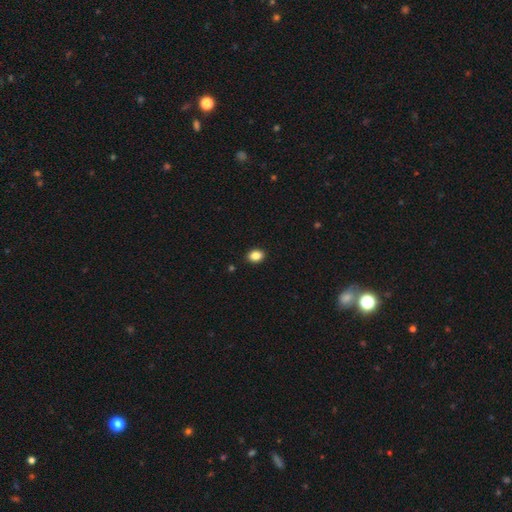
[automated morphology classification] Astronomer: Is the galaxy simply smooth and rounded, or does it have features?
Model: smooth — 87%.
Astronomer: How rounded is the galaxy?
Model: in between — 66%.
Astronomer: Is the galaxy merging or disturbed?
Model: none — 91%.